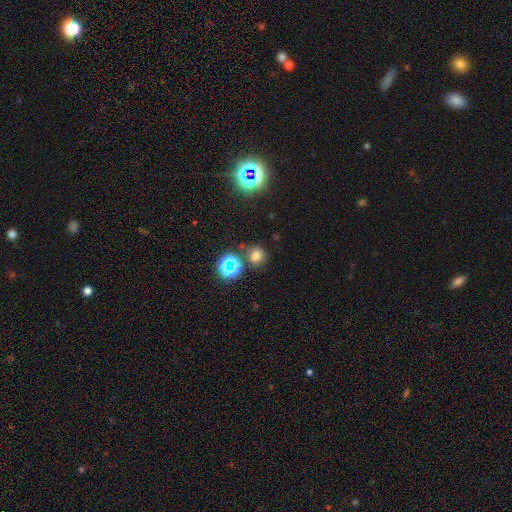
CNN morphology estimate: Q: Smooth or featured?
A: smooth (66%); runner-up: star or artifact (27%)
Q: How rounded?
A: round (78%); runner-up: in between (21%)
Q: Merging?
A: none (80%); runner-up: minor disturbance (10%)